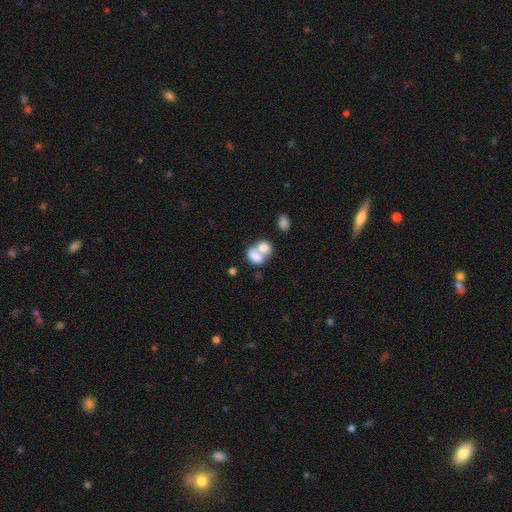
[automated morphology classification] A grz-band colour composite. It shows a smooth galaxy with no disk features (75%) that is in between round and cigar-shaped (70%). Merging: merger (68%).